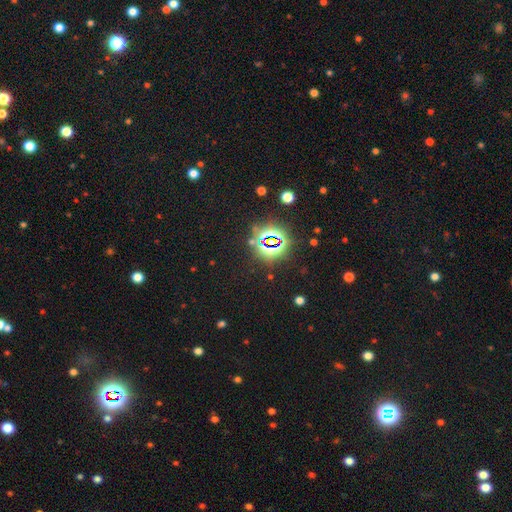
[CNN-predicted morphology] Smooth or featured?
  - star or artifact: 79% *
  - smooth: 14%
  - featured or disk: 7%